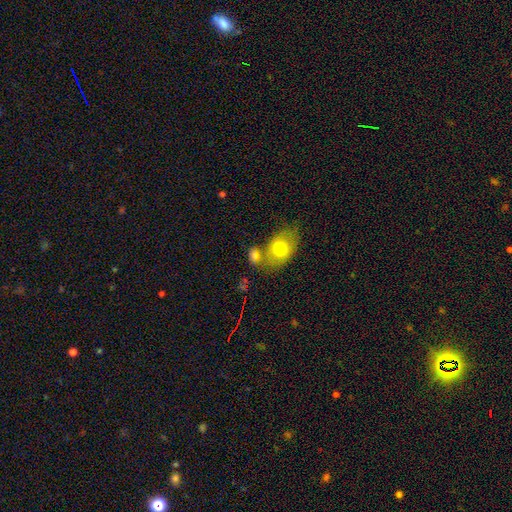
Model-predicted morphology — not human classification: Smooth or featured? Predicted: smooth (p=0.73). How rounded? Predicted: in between (p=0.77). Merging? Predicted: none (p=0.52).